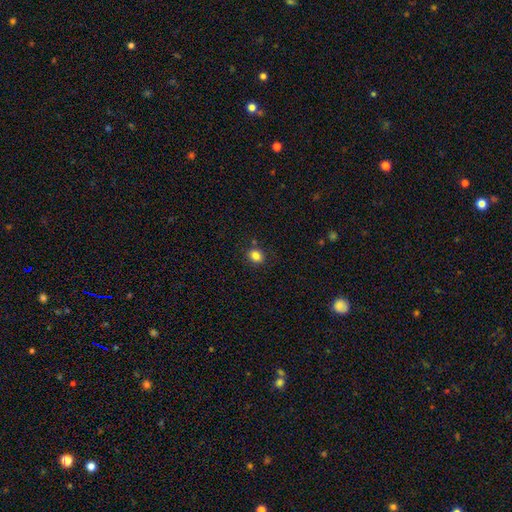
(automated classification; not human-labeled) Overall: smooth (83%). How rounded: round (61%; in between 38%). Merging: none (84%).